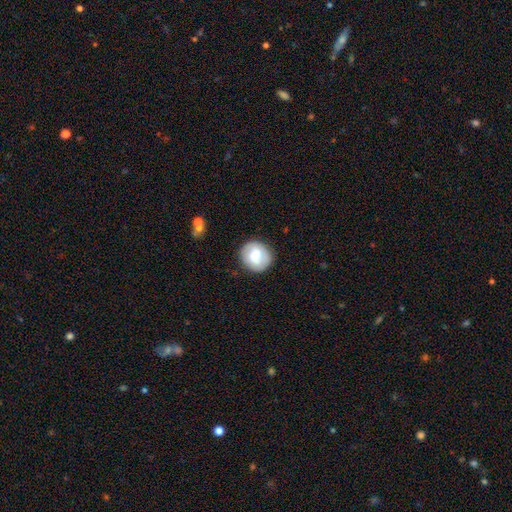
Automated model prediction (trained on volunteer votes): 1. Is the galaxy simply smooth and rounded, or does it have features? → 65% smooth, 27% featured or disk, 7% star or artifact.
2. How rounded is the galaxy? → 88% round, 11% in between, 1% cigar-shaped.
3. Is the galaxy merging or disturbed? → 86% none, 10% minor disturbance, 3% major disturbance, 1% merger.